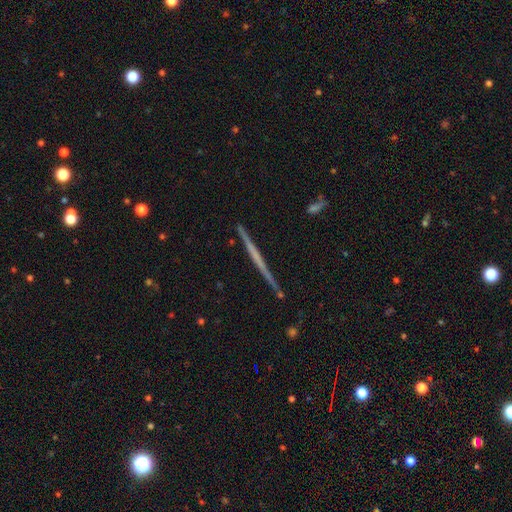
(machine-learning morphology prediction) Q: Smooth or featured?
A: featured or disk (67%); runner-up: smooth (27%)
Q: Edge-on disk?
A: yes (98%); runner-up: no (2%)
Q: Edge-on bulge?
A: none (84%); runner-up: rounded (10%)
Q: Merging?
A: none (90%); runner-up: minor disturbance (7%)